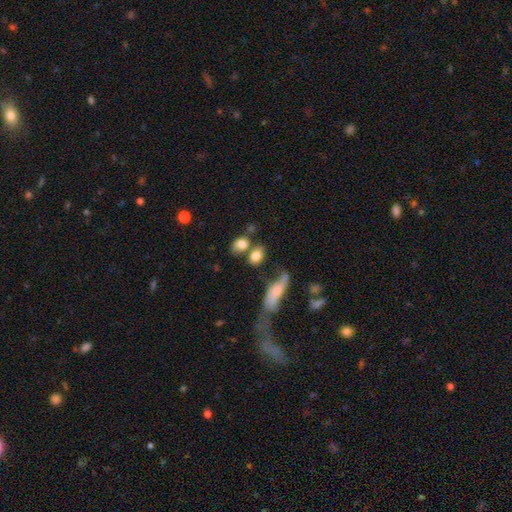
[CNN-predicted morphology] type=smooth (80%); roundness=in between (65%); merging=none (46%).